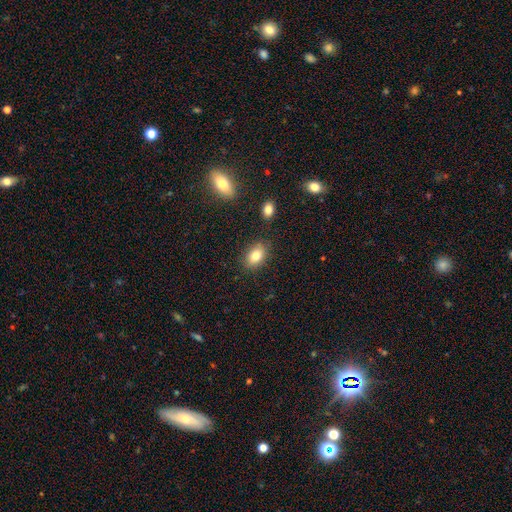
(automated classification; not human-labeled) Smooth or featured? smooth (81%)
How rounded? in between (83%)
Merging? none (83%)